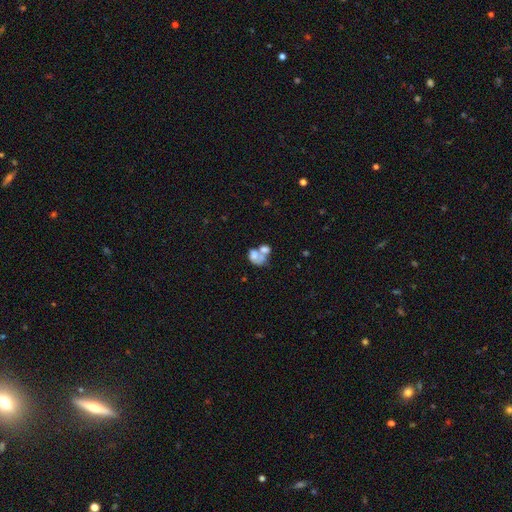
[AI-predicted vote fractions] A smooth galaxy with no disk features (57%) that is in between round and cigar-shaped (65%). Merging: merger (62%).